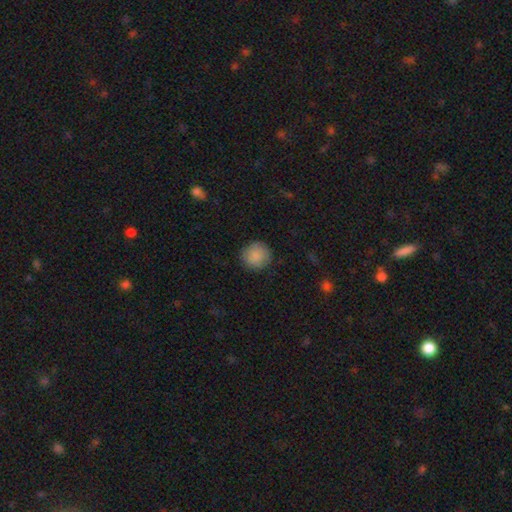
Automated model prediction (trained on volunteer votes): Q: Smooth or featured?
A: smooth (88%); runner-up: star or artifact (7%)
Q: How rounded?
A: round (93%); runner-up: in between (6%)
Q: Merging?
A: none (87%); runner-up: minor disturbance (9%)